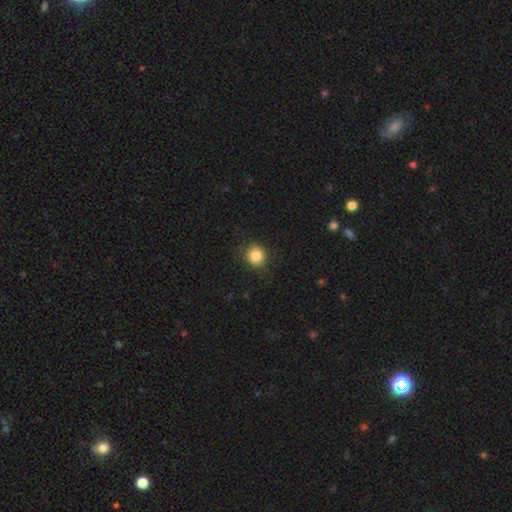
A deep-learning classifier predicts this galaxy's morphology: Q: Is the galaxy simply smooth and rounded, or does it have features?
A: smooth — 85%.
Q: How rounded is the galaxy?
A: round — 88%.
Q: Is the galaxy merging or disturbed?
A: none — 87%.